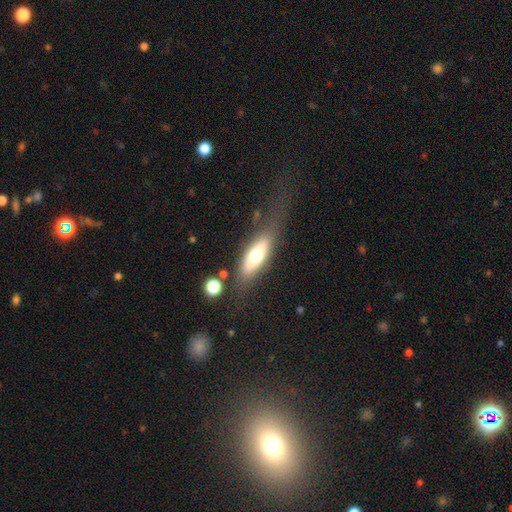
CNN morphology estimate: A smooth galaxy with no disk features (61%) that is in between round and cigar-shaped (62%).

Vote fractions:
- Smooth or featured? smooth: 61% / featured or disk: 32% / star or artifact: 7%
- How rounded? in between: 62% / cigar-shaped: 35% / round: 3%
- Merging? none: 57% / minor disturbance: 21% / major disturbance: 16% / merger: 6%